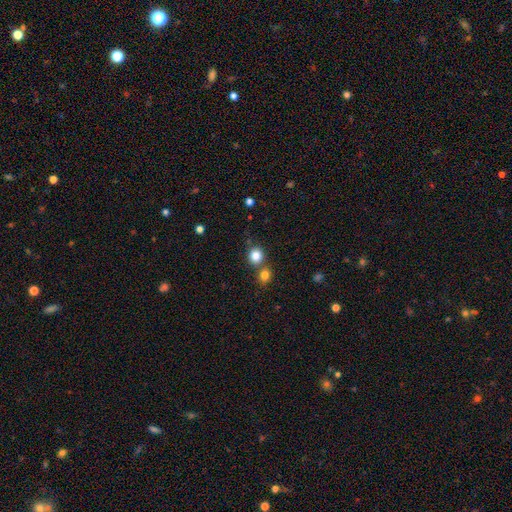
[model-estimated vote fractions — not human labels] Smooth or featured: smooth — 82% (star or artifact — 12%)
How rounded: round — 86% (in between — 13%)
Merging: none — 66% (merger — 23%)